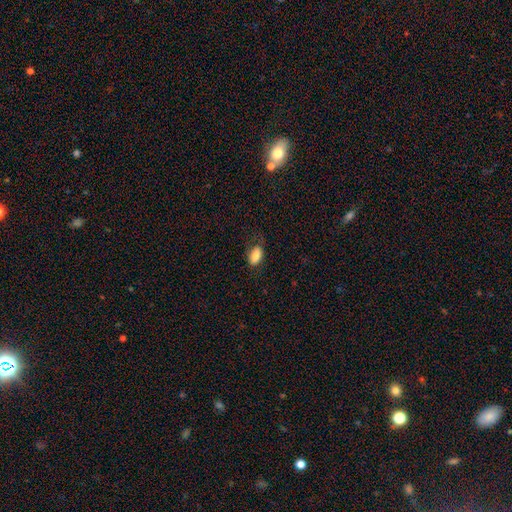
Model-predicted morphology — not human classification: smooth_or_featured: smooth (p=0.84) [alt: featured or disk p=0.09]
how_rounded: in between (p=0.92) [alt: round p=0.06]
merging: none (p=0.71) [alt: minor disturbance p=0.20]